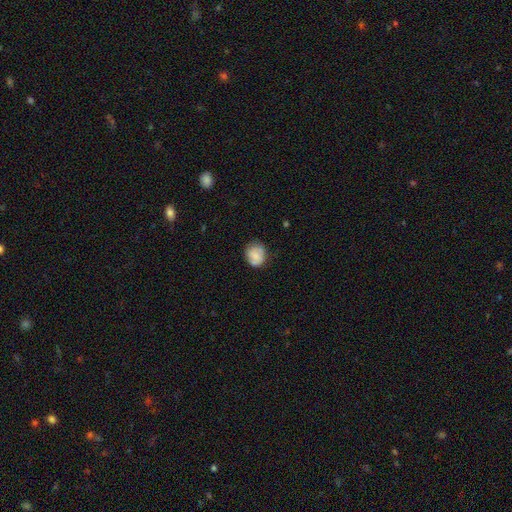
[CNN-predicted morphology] Overall: smooth (76%). How rounded: round (68%; in between 31%). Merging: none (69%).